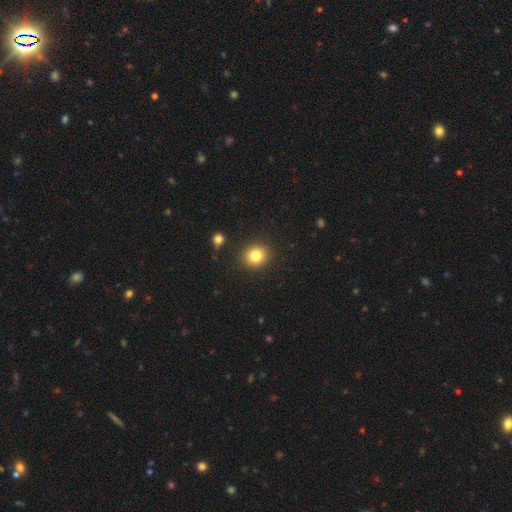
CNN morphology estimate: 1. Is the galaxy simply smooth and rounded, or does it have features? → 81% smooth, 11% star or artifact, 8% featured or disk.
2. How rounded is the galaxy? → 83% round, 16% in between, 1% cigar-shaped.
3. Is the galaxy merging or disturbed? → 88% none, 7% minor disturbance, 2% major disturbance, 2% merger.